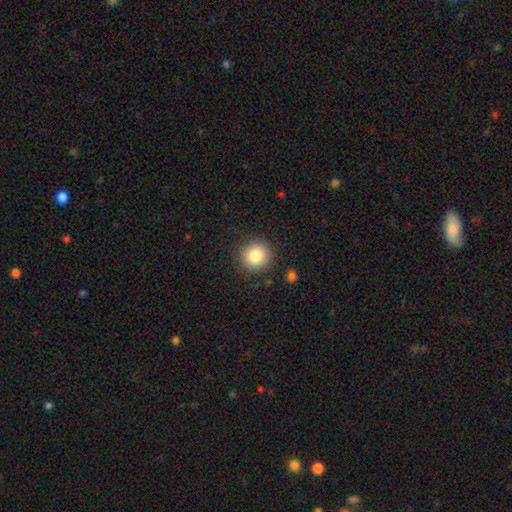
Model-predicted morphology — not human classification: This is clearly a smooth galaxy (84%). How rounded: clearly round (91%). Merging: clearly none (89%).